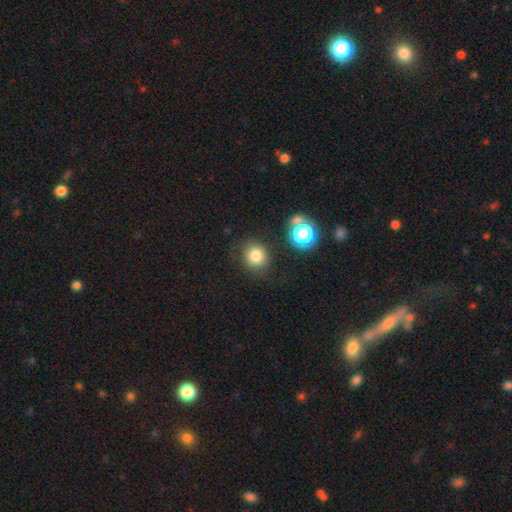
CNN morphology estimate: smooth-or-featured: smooth: 80% | star or artifact: 14% | featured or disk: 6%
  how-rounded: round: 89% | in between: 10% | cigar-shaped: 1%
  merging: none: 81% | minor disturbance: 11% | major disturbance: 4% | merger: 4%